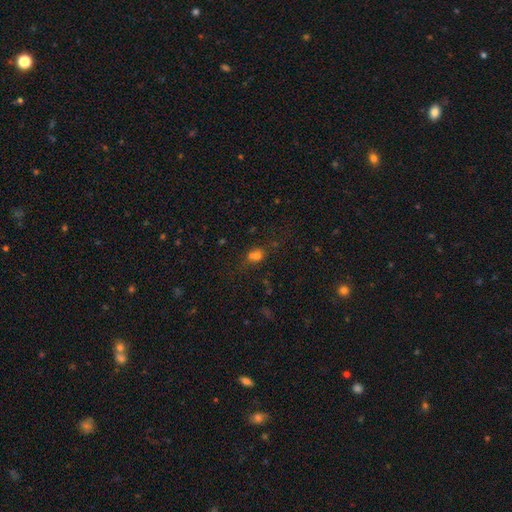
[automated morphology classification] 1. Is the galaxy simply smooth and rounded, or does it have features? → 67% smooth, 21% star or artifact, 12% featured or disk.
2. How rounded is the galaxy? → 49% round (tied), 49% in between (tied), 2% cigar-shaped.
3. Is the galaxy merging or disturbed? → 41% none, 39% merger, 13% minor disturbance, 7% major disturbance.